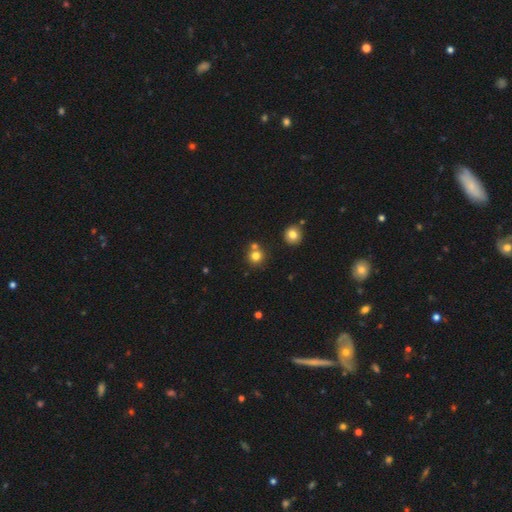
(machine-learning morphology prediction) Q: Smooth or featured?
A: smooth (77%); runner-up: star or artifact (14%)
Q: How rounded?
A: round (91%); runner-up: in between (8%)
Q: Merging?
A: none (66%); runner-up: merger (23%)